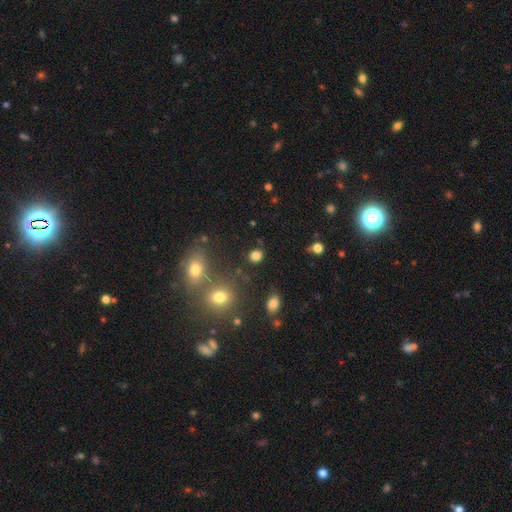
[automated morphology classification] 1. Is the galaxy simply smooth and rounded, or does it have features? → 81% smooth, 14% star or artifact, 6% featured or disk.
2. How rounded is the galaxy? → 71% round, 28% in between, 1% cigar-shaped.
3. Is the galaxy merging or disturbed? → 81% none, 9% minor disturbance, 6% merger, 4% major disturbance.